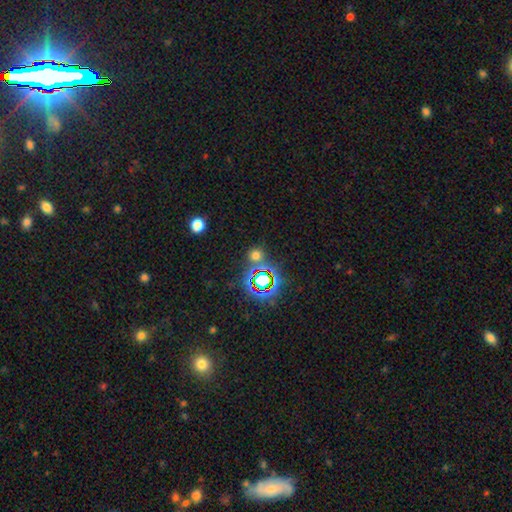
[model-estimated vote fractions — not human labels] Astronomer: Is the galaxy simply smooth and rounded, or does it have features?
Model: smooth — 56% (runner-up: star or artifact, 37%).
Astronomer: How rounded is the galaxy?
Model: round — 88%.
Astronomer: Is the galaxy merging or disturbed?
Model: none — 77%.